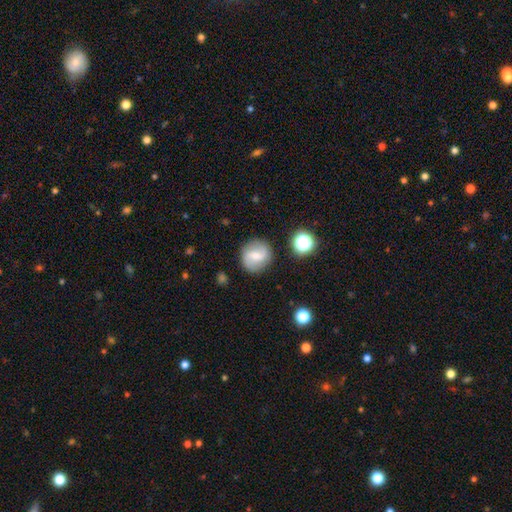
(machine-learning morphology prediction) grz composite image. It shows a featured or disk galaxy (54%) with a weak bar (48%), spiral arms (84%) and a small central bulge (56%). Merging: none (86%).